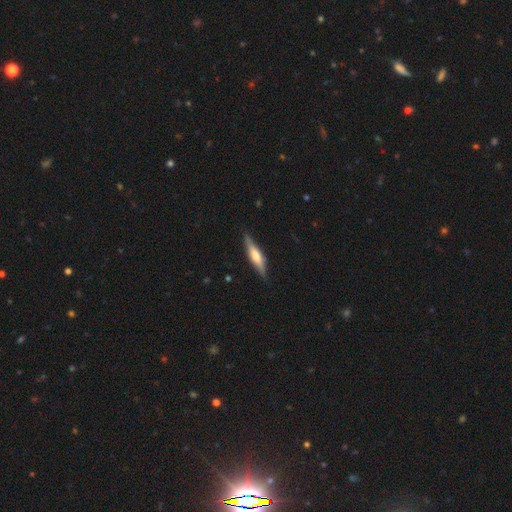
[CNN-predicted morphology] A featured or disk galaxy (57%) viewed edge-on (95%) with a rounded central bulge (66%). Merging: none (86%).